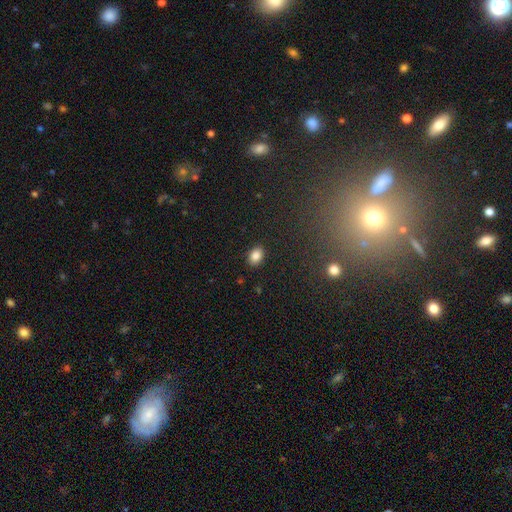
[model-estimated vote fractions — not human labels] The model was most divided on "how rounded": in between: 77%, round: 22%, cigar-shaped: 1%. More confident: merging — none (89%); smooth or featured — smooth (86%).